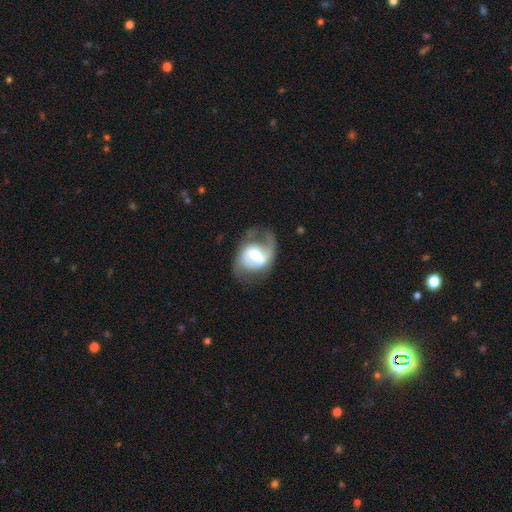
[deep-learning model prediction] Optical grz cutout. It shows a featured or disk galaxy (77%) with a weak bar (44%), 2 (76%) medium (48%) spiral arms (87%) and a moderate central bulge (55%). Merging: none (55%).